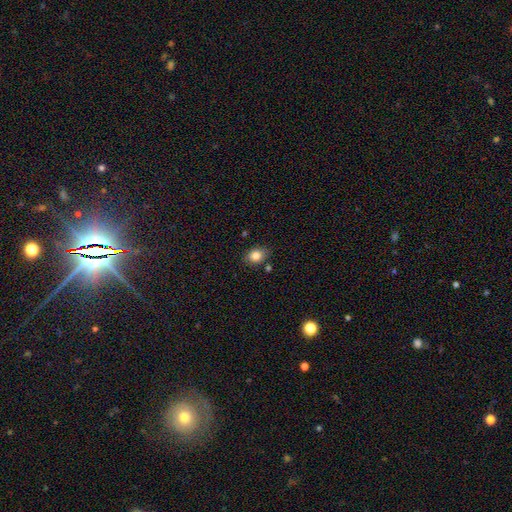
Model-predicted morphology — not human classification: This appears to be a smooth galaxy with no disk features (84%) that is in between round and cigar-shaped (53%). Merging: none (79%).